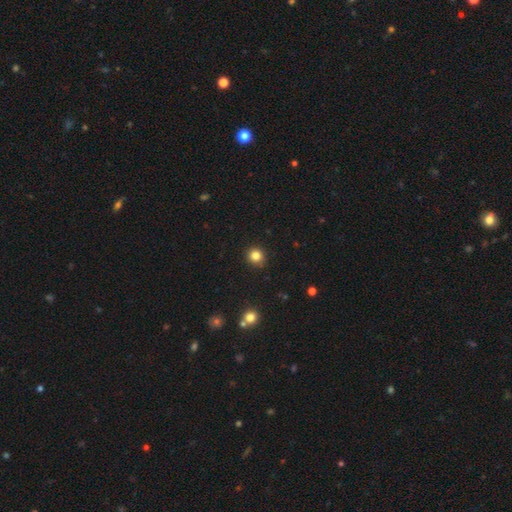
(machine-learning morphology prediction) Smooth or featured?
  - smooth: 83% *
  - star or artifact: 12%
  - featured or disk: 5%
How rounded?
  - round: 90% *
  - in between: 9%
  - cigar-shaped: 1%
Merging?
  - none: 90% *
  - minor disturbance: 6%
  - major disturbance: 2%
  - merger: 1%